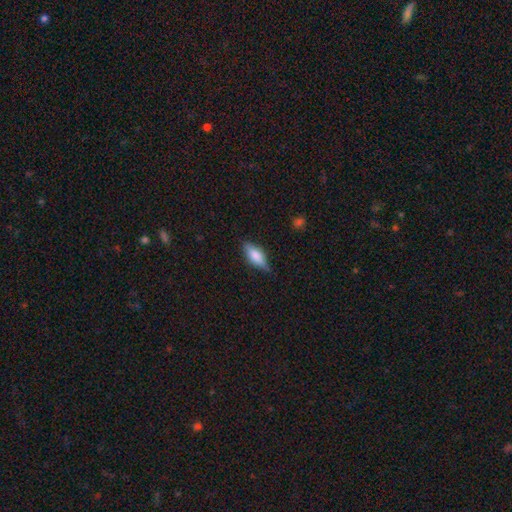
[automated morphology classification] Smooth or featured? smooth (64%)
How rounded? in between (73%)
Merging? none (76%)